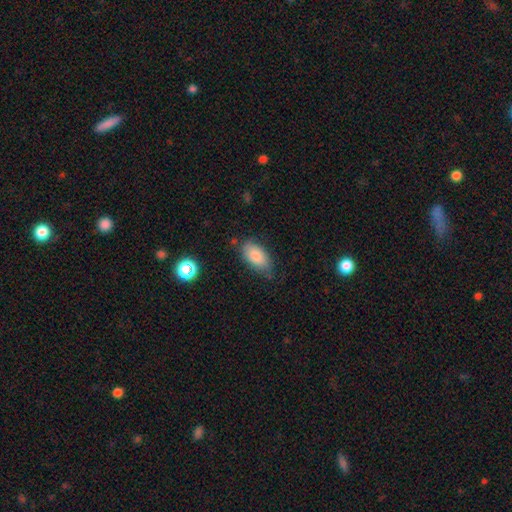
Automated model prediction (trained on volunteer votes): This appears to be a smooth galaxy with no disk features (83%) that is in between round and cigar-shaped (92%). Merging: none (68%).